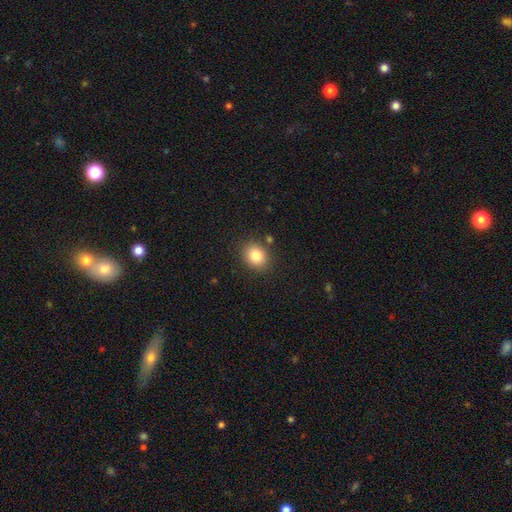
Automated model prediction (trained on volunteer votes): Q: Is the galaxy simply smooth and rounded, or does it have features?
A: smooth — 84%.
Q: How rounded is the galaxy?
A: round — 59%.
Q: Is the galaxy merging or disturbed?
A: none — 85%.